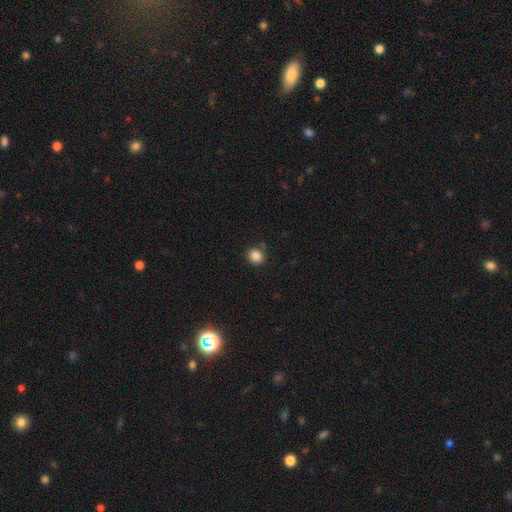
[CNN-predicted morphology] Smooth or featured? Predicted: smooth (p=0.86). How rounded? Predicted: round (p=0.80). Merging? Predicted: none (p=0.82).